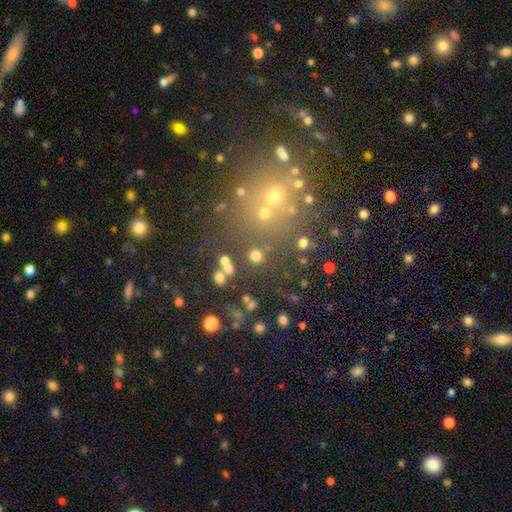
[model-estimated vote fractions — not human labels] The model was most divided on "smooth or featured": smooth: 71%, star or artifact: 19%, featured or disk: 9%. More confident: how rounded — round (88%); merging — none (75%).